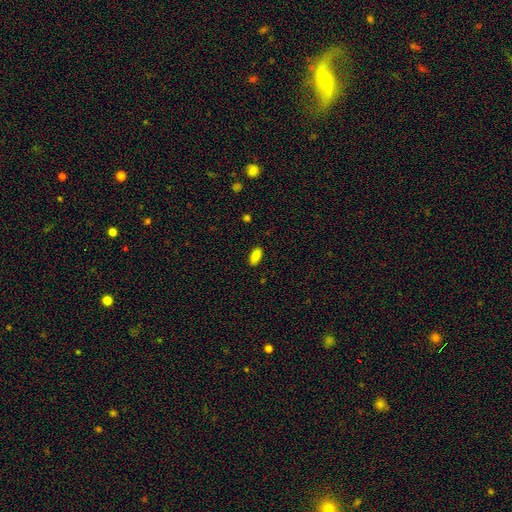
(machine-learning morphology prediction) This is clearly a smooth galaxy (87%). How rounded: clearly in between (92%). Merging: clearly none (88%).